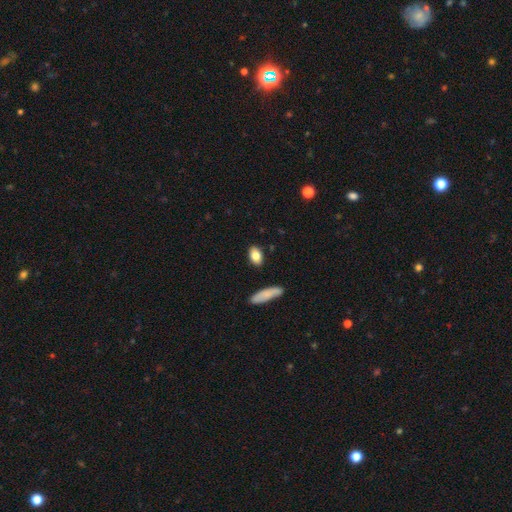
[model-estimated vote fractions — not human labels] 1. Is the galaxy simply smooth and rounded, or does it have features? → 83% smooth, 10% featured or disk, 7% star or artifact.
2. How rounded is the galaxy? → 87% in between, 8% round, 5% cigar-shaped.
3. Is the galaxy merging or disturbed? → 85% none, 10% minor disturbance, 2% merger, 2% major disturbance.